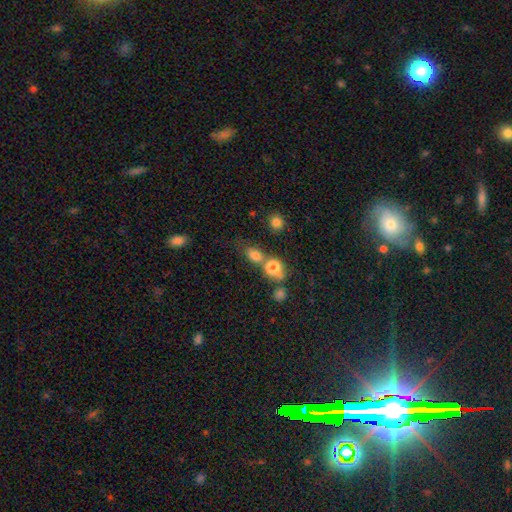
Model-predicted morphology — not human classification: type=smooth (75%); roundness=in between (54%); merging=none (44%).